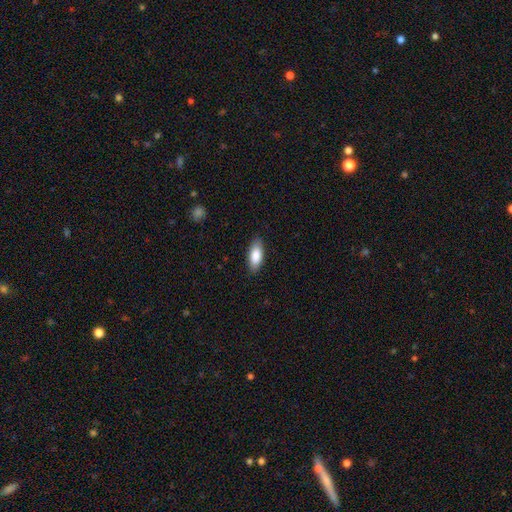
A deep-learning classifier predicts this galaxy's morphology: Smooth or featured? Predicted: smooth (p=0.86). How rounded? Predicted: in between (p=0.83). Merging? Predicted: none (p=0.87).